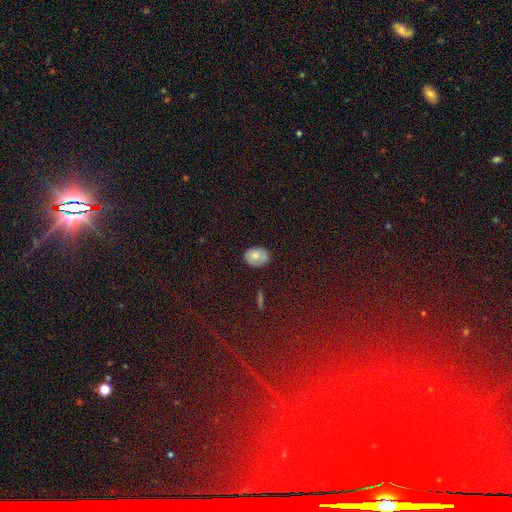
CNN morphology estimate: A smooth galaxy with no disk features (77%) that is in between round and cigar-shaped (70%). Merging: none (77%).